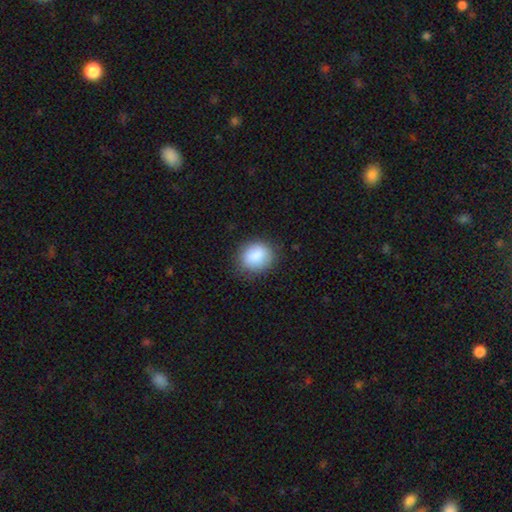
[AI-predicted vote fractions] A smooth galaxy with no disk features (85%) that is round (59%). Merging: none (79%).